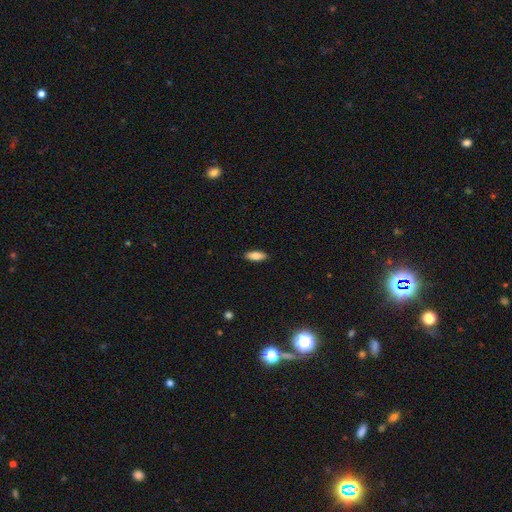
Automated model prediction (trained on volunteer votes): Overall: smooth (81%). How rounded: in between (77%). Merging: none (89%).